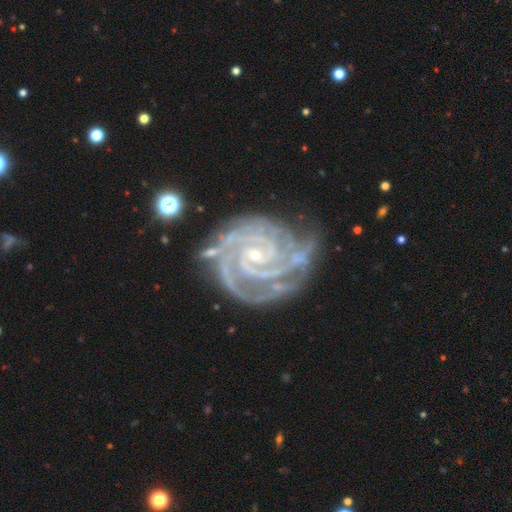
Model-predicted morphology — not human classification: This appears to be a featured or disk galaxy (93%) with no bar (54%), 3 (33%) tight (81%) spiral arms (99%) and a small central bulge (83%). Merging: none (67%).